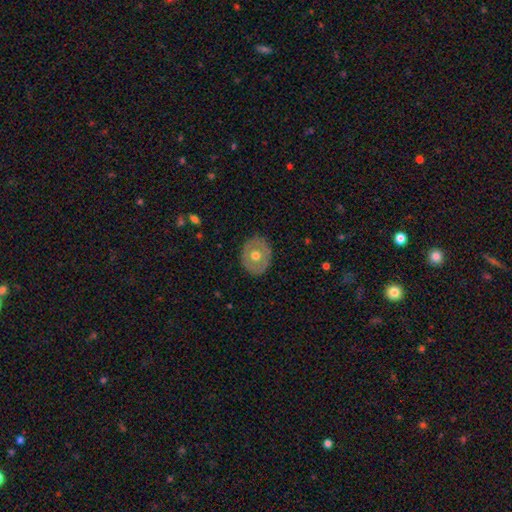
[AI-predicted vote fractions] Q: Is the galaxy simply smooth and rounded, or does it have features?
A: smooth — 51%.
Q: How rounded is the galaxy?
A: round — 60%.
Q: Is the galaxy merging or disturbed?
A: none — 85%.